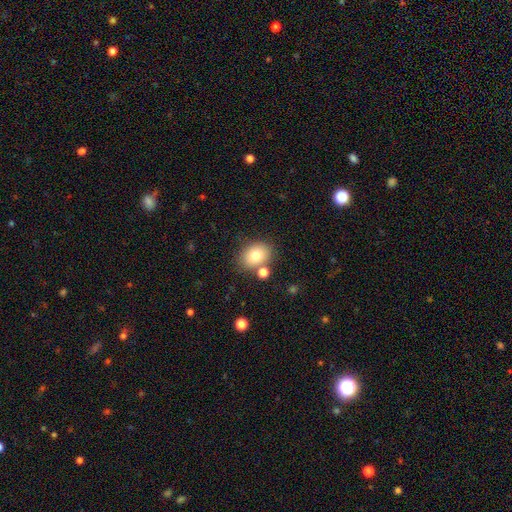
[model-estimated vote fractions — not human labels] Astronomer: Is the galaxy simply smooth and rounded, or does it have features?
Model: smooth — 78%.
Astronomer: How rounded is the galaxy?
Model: in between — 61% (runner-up: round, 38%).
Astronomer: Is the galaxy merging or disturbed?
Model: none — 72%.